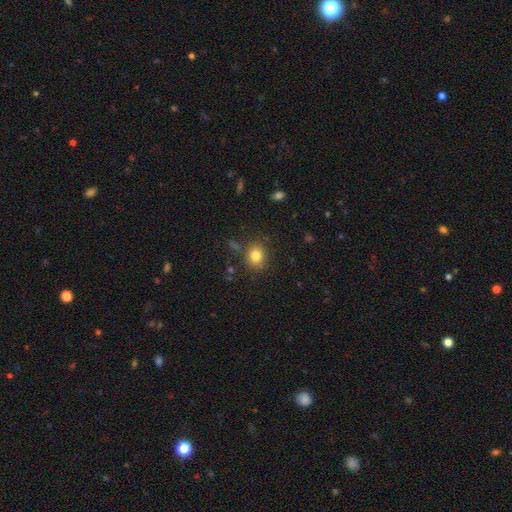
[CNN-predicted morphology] Smooth or featured? smooth (81%)
How rounded? round (65%)
Merging? none (80%)